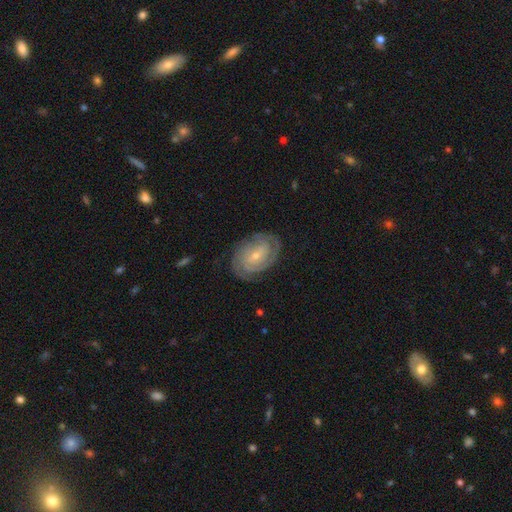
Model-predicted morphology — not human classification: smooth-or-featured: featured or disk: 85% | smooth: 10% | star or artifact: 5%
  disk-edge-on: no: 97% | yes: 3%
    bar: no: 46% | weak: 40% | strong: 14%
    has-spiral-arms: yes: 96% | no: 4%
      spiral-winding: tight: 75% | medium: 20% | loose: 4%
      spiral-arm-count: 2: 38% | can't tell: 26% | 3: 19% | 4: 8% | 1: 5% | more than 4: 5%
    bulge-size: small: 72% | moderate: 24% | none: 1% | large: 1% | dominant: 1%
  merging: none: 80% | minor disturbance: 14% | major disturbance: 5% | merger: 1%